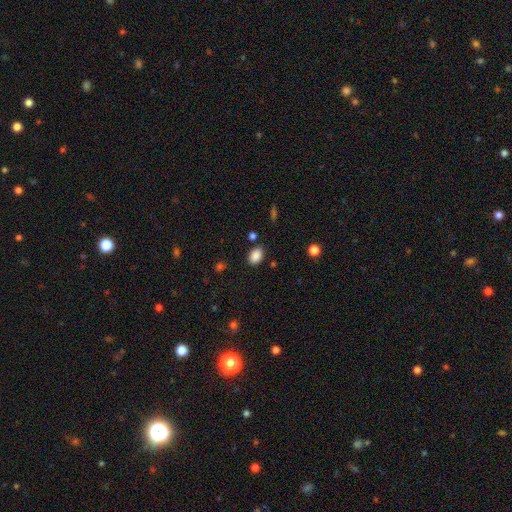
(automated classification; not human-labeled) Morphology: type=smooth (87%); roundness=in between (81%); merging=none (83%).